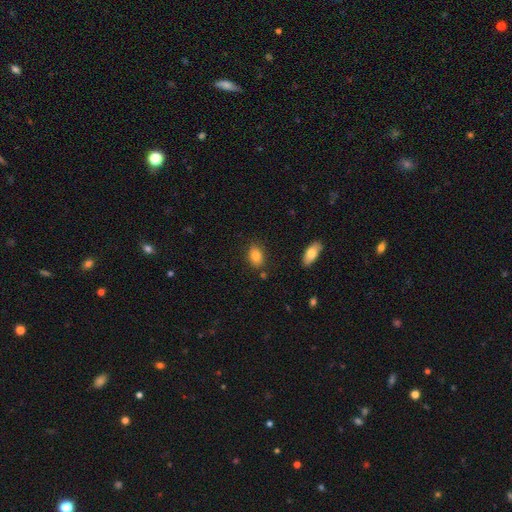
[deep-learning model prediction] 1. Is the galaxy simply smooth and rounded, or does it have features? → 83% smooth, 9% featured or disk, 8% star or artifact.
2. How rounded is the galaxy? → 83% in between, 15% round, 2% cigar-shaped.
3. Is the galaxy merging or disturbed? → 81% none, 12% minor disturbance, 4% merger, 3% major disturbance.